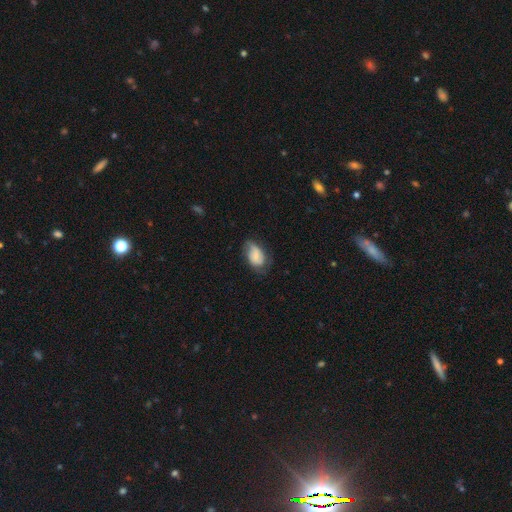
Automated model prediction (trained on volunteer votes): Smooth or featured? smooth (56%)
How rounded? in between (88%)
Merging? none (53%)